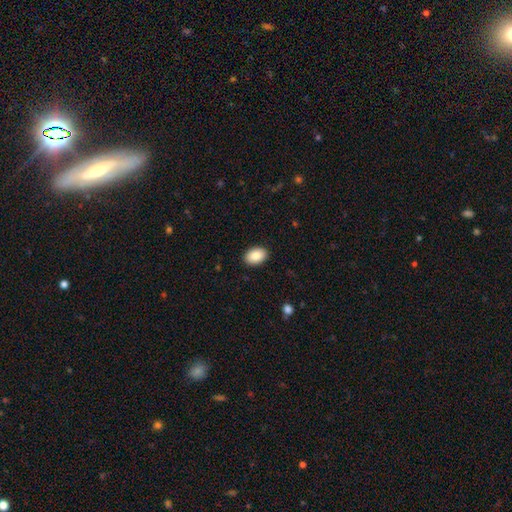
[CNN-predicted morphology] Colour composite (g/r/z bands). It shows a smooth galaxy with no disk features (88%) that is in between round and cigar-shaped (87%). Merging: none (90%).